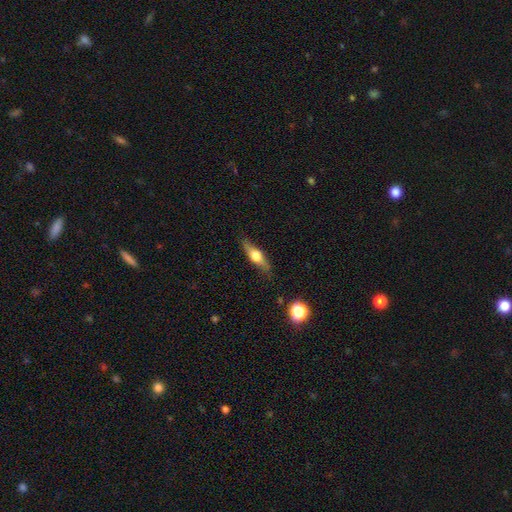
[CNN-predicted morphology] Overall: featured or disk (50%; smooth 43%). Edge-on disk: yes (90%). Merging: none (82%).